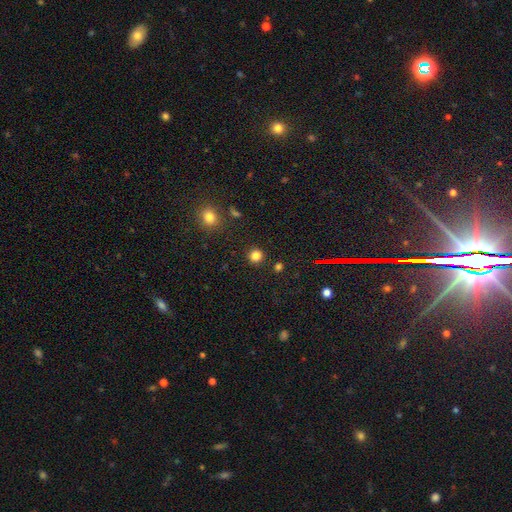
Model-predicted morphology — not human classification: smooth-or-featured: smooth: 82% | star or artifact: 14% | featured or disk: 4%
  how-rounded: round: 92% | in between: 7% | cigar-shaped: 1%
  merging: none: 90% | minor disturbance: 5% | merger: 2% | major disturbance: 2%